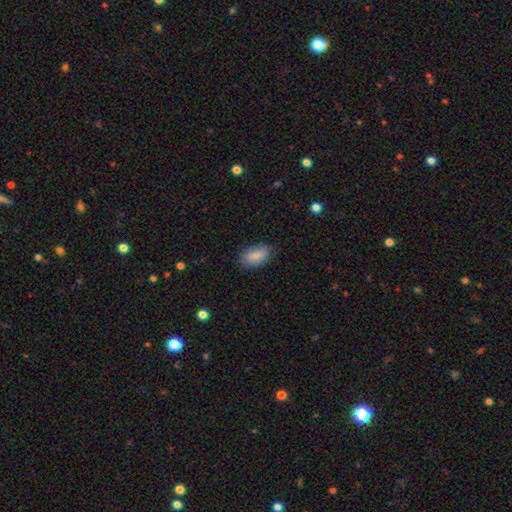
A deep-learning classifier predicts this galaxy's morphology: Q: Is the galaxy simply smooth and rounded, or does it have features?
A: smooth — 86%.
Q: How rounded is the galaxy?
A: in between — 92%.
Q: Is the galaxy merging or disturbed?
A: none — 79%.